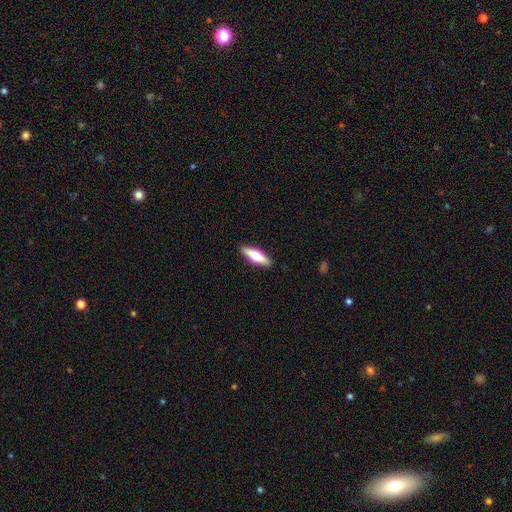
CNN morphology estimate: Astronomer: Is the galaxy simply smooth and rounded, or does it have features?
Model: smooth — 56% (runner-up: featured or disk, 39%).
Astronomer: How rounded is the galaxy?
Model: cigar-shaped — 61% (runner-up: in between, 37%).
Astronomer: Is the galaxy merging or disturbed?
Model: none — 90%.